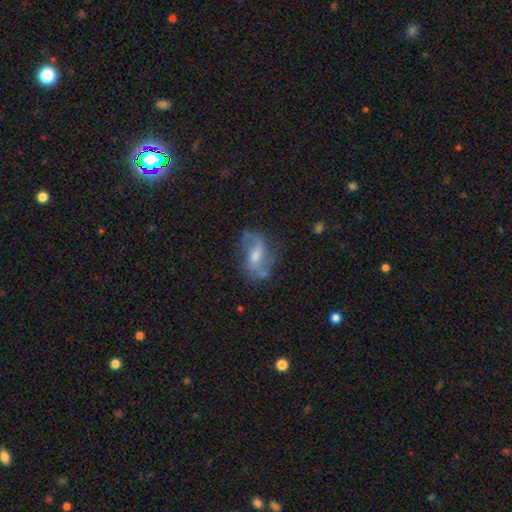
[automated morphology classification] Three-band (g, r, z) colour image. It shows a featured or disk galaxy (75%) with a weak bar (49%), 2 (85%) loose (61%) spiral arms (90%) and a moderate central bulge (49%). Merging: none (66%).